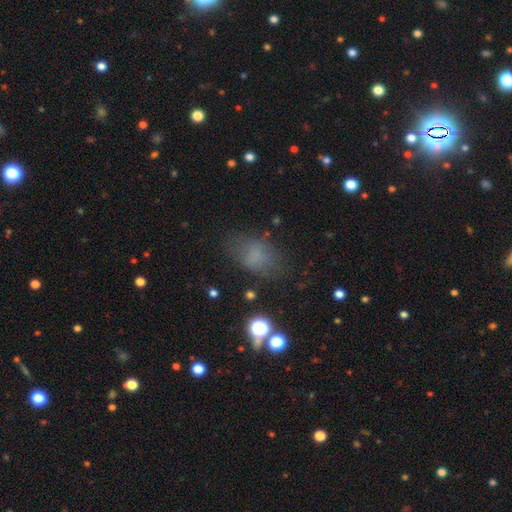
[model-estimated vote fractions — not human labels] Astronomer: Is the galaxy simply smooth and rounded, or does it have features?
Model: smooth — 70%.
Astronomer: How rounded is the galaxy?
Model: in between — 76%.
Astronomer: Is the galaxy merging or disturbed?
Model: none — 64%.